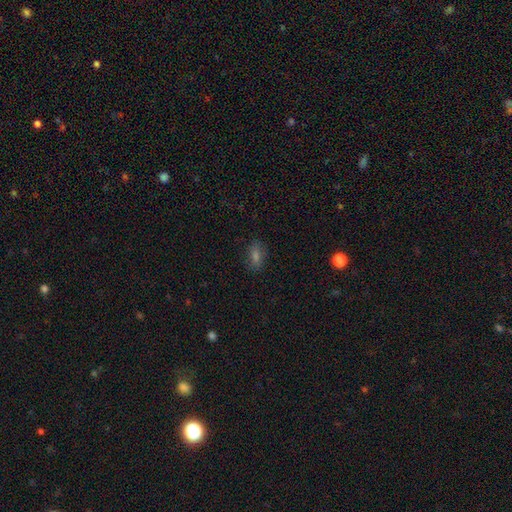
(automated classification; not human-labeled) Morphology: type=smooth (61%); roundness=in between (78%); merging=none (84%).